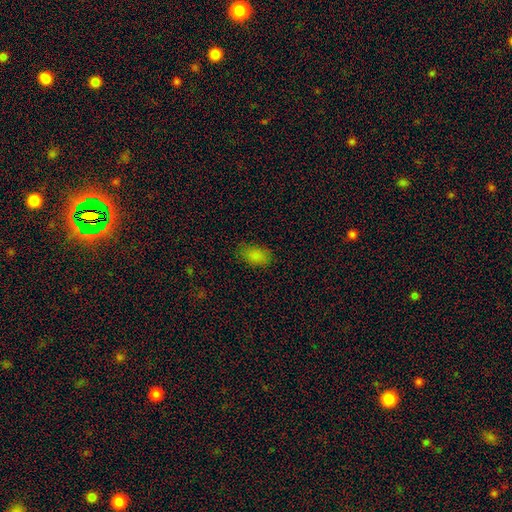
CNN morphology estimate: This appears to be a smooth galaxy with no disk features (83%) that is in between round and cigar-shaped (91%). Merging: none (79%).